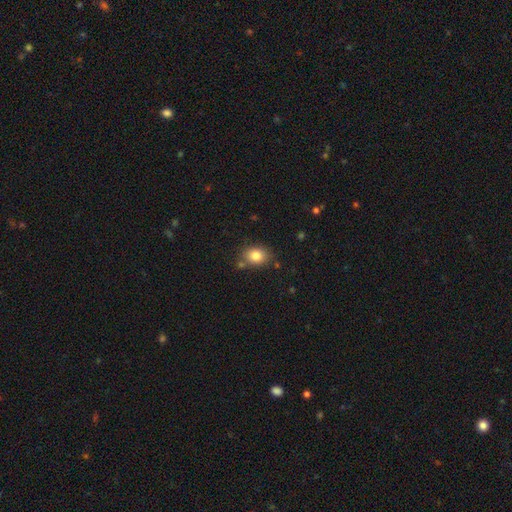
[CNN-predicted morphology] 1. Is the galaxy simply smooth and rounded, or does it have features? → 83% smooth, 10% star or artifact, 7% featured or disk.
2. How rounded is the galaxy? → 54% in between, 45% round, 1% cigar-shaped.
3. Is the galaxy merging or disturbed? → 74% none, 14% minor disturbance, 8% merger, 4% major disturbance.